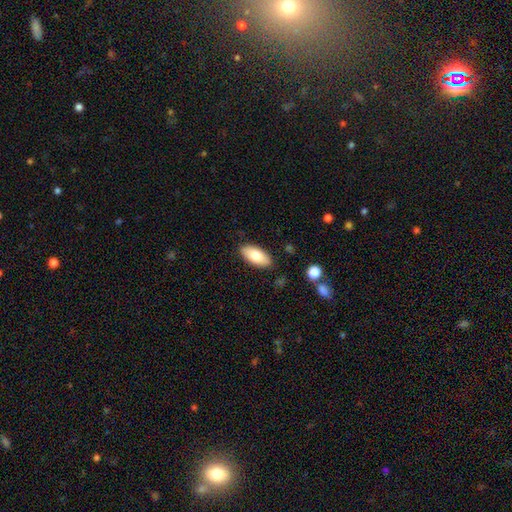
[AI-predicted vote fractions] Smooth or featured? Predicted: smooth (p=0.79). How rounded? Predicted: in between (p=0.90). Merging? Predicted: none (p=0.87).